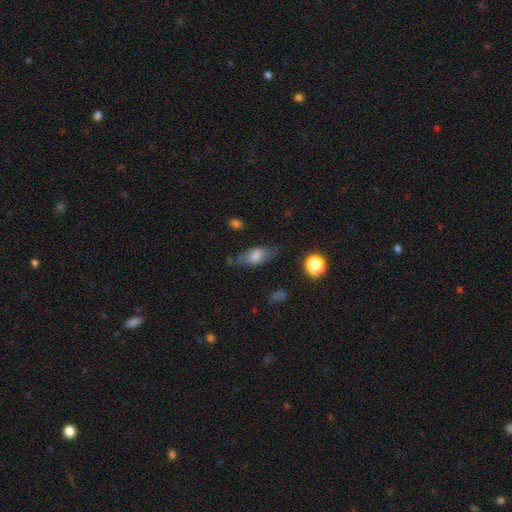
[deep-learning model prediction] Overall: smooth (63%; featured or disk 28%). How rounded: in between (80%). Merging: none (65%).